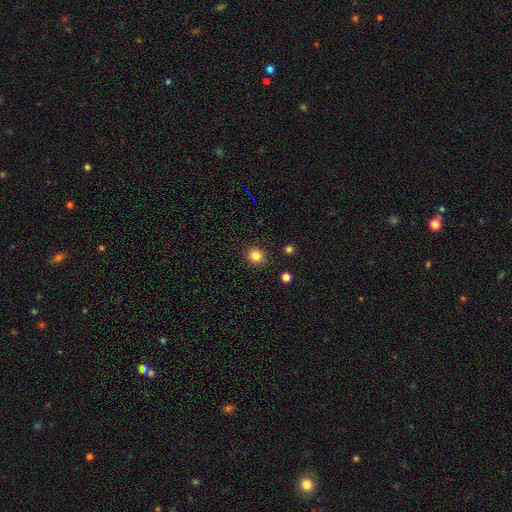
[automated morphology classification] This appears to be a smooth galaxy with no disk features (84%) that is round (90%). Merging: none (90%).